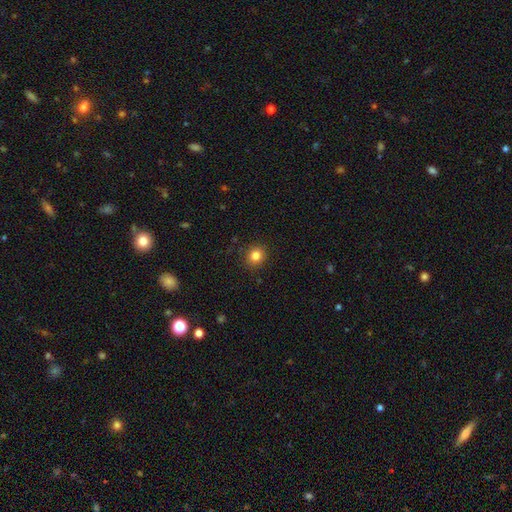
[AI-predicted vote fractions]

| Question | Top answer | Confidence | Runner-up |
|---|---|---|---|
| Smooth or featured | smooth | 83% | star or artifact (11%) |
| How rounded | round | 84% | in between (15%) |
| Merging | none | 89% | minor disturbance (7%) |